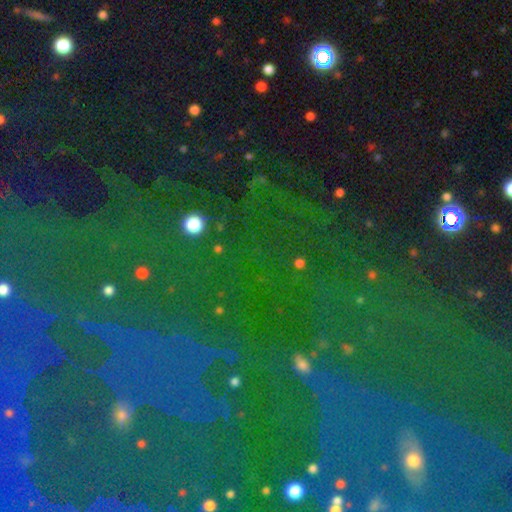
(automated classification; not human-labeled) A star or artifact, not a galaxy (77%).